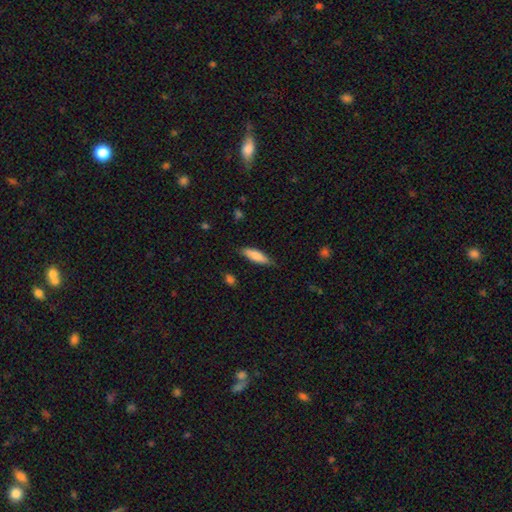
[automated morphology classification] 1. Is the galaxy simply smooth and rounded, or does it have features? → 82% smooth, 12% featured or disk, 6% star or artifact.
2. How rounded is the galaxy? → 57% cigar-shaped, 41% in between, 2% round.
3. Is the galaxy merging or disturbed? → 80% none, 15% minor disturbance, 3% major disturbance, 1% merger.